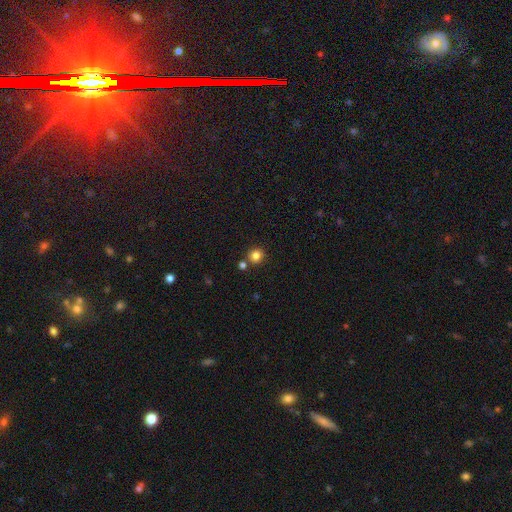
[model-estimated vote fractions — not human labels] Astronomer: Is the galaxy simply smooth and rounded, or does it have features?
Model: smooth — 82%.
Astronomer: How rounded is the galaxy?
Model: round — 91%.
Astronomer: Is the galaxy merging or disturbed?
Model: none — 80%.